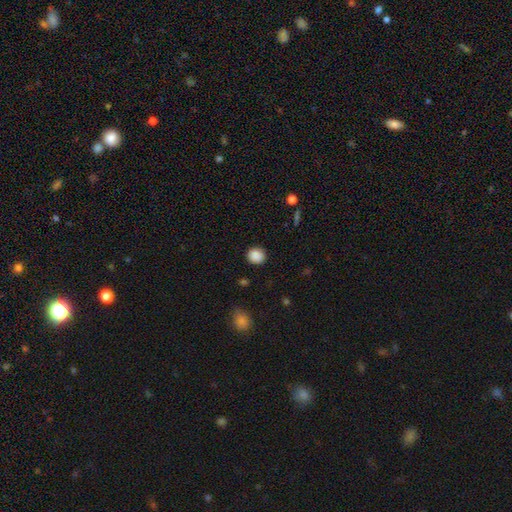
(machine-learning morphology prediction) Overall: smooth (88%). How rounded: round (84%). Merging: none (88%).